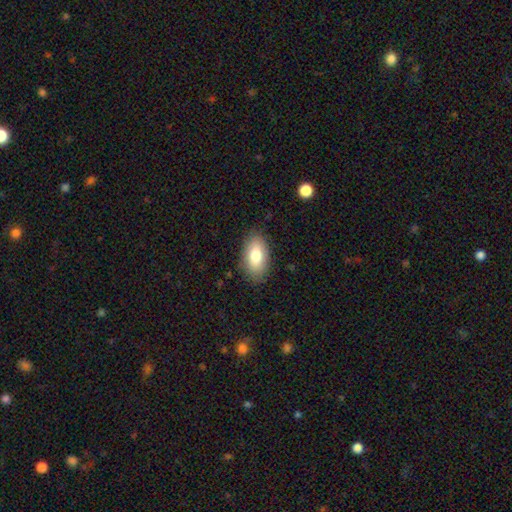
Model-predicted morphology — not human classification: Smooth or featured?
  - smooth: 79% *
  - featured or disk: 14%
  - star or artifact: 7%
How rounded?
  - in between: 92% *
  - round: 4%
  - cigar-shaped: 4%
Merging?
  - none: 85% *
  - minor disturbance: 11%
  - major disturbance: 3%
  - merger: 1%